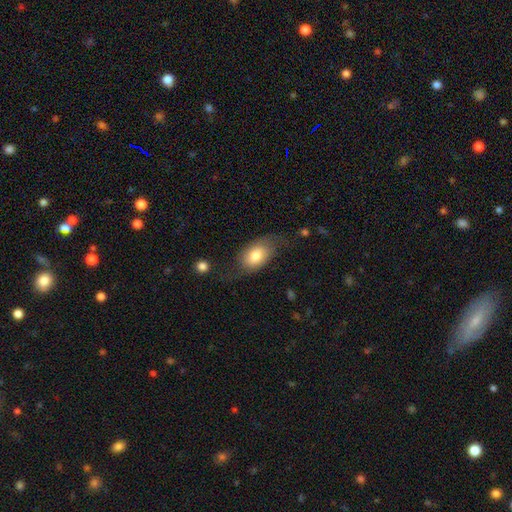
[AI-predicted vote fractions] Smooth or featured? smooth (69%)
How rounded? in between (85%)
Merging? none (55%)